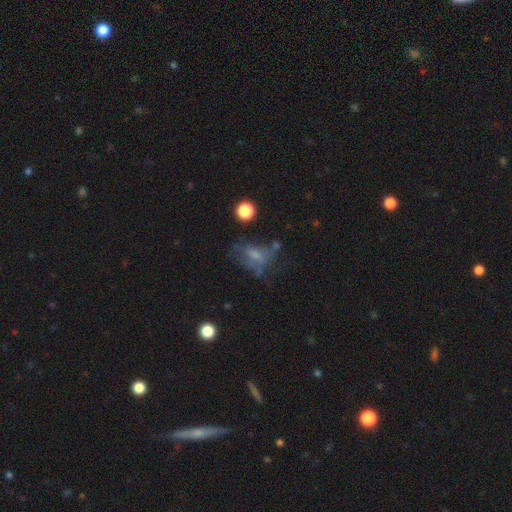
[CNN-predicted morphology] A smooth galaxy with no disk features (47%).

Vote fractions:
- Smooth or featured? smooth: 47% / featured or disk: 35% / star or artifact: 18%
- Merging? none: 35% / major disturbance: 34% / minor disturbance: 23% / merger: 9%